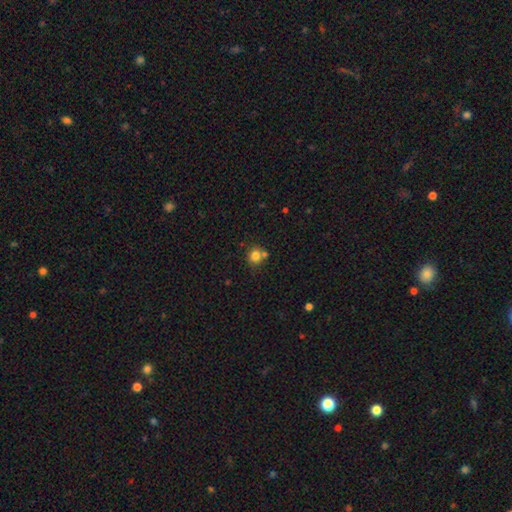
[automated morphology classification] The model was most divided on "merging": none: 63%, merger: 24%, minor disturbance: 10%, major disturbance: 3%. More confident: how rounded — round (85%); smooth or featured — smooth (80%).